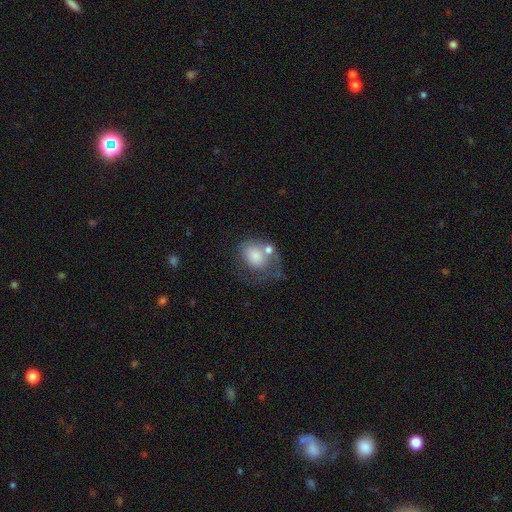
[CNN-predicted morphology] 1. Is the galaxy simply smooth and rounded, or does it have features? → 65% smooth, 27% featured or disk, 8% star or artifact.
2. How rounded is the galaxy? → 51% in between, 48% round, 1% cigar-shaped.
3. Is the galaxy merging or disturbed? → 30% major disturbance, 29% none, 22% minor disturbance, 19% merger.